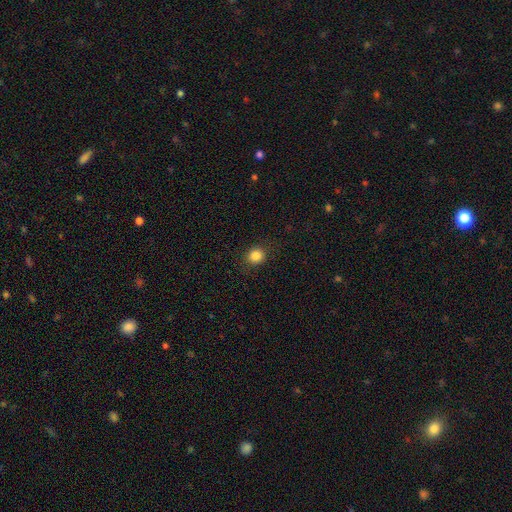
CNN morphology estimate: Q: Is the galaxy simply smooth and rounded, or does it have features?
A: smooth — 85%.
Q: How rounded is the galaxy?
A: round — 84%.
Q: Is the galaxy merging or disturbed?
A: none — 86%.